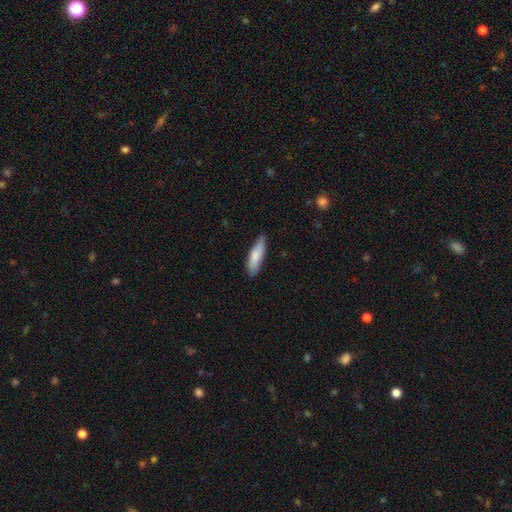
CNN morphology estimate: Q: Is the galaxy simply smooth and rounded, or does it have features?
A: smooth — 80%.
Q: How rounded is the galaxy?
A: cigar-shaped — 56%.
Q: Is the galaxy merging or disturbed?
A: none — 76%.